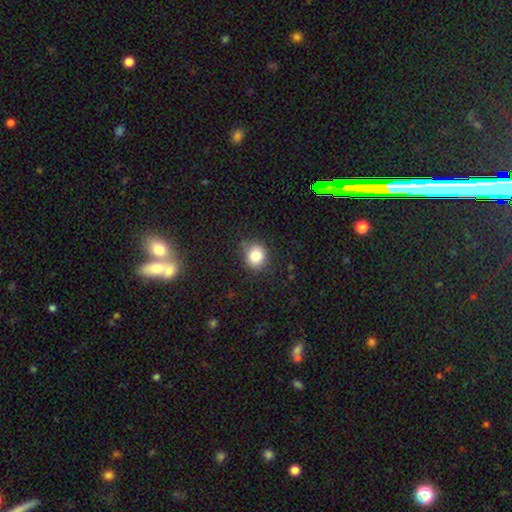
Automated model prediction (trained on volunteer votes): Morphology: type=smooth (82%); roundness=round (78%); merging=none (80%).